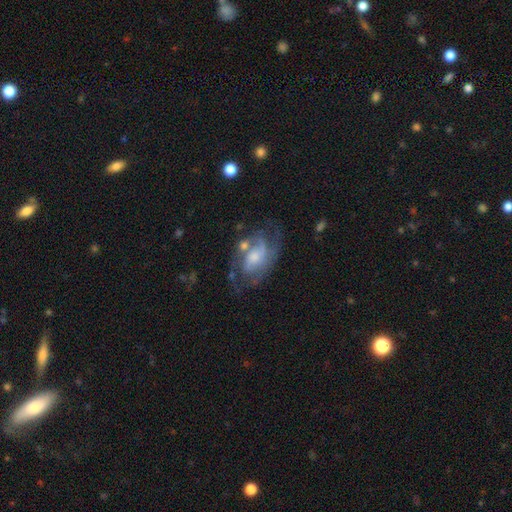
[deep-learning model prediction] smooth_or_featured: featured or disk (p=0.75) [alt: smooth p=0.17]
disk_edge_on: no (p=0.96) [alt: yes p=0.04]
bar: no (p=0.57) [alt: weak p=0.35]
has_spiral_arms: yes (p=0.83) [alt: no p=0.17]
spiral_winding: medium (p=0.45) [alt: tight p=0.36]
spiral_arm_count: 2 (p=0.47) [alt: can't tell p=0.29]
bulge_size: moderate (p=0.41) [alt: small p=0.39]
merging: none (p=0.53) [alt: minor disturbance p=0.22]